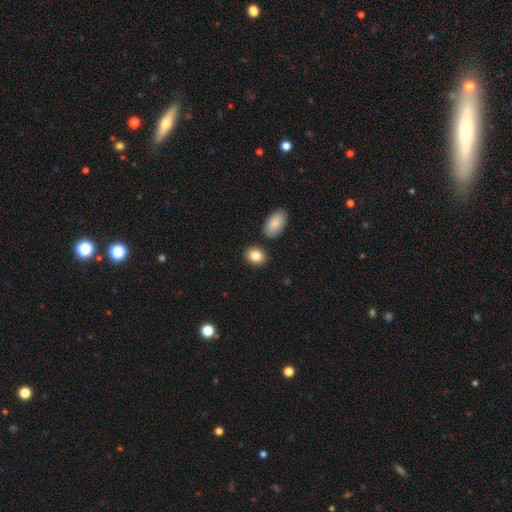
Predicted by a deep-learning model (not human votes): A smooth galaxy with no disk features (86%) that is in between round and cigar-shaped (58%). Merging: none (82%).